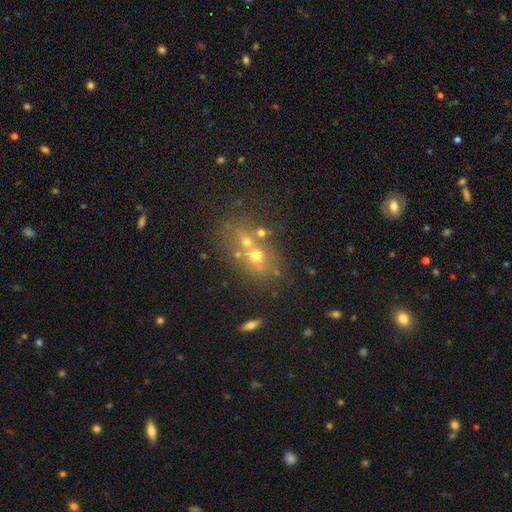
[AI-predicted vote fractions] Smooth or featured? smooth (47%)
Merging? merger (43%)